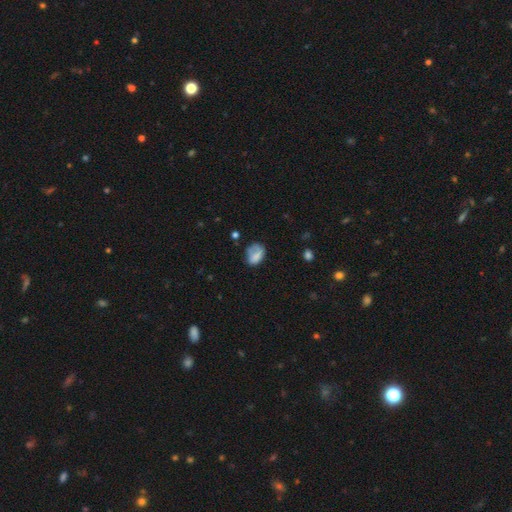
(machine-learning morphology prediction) A smooth galaxy with no disk features (70%) that is in between round and cigar-shaped (71%). Merging: none (42%).